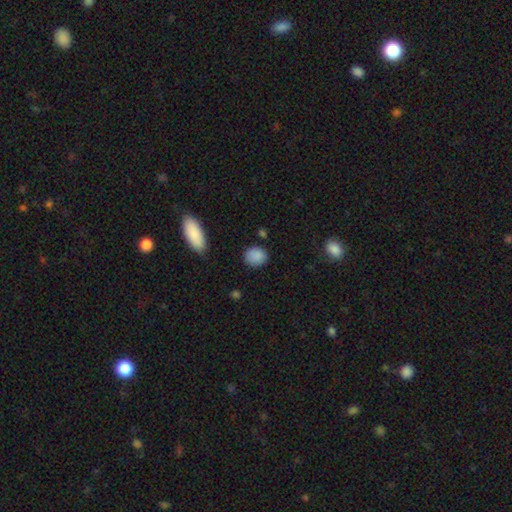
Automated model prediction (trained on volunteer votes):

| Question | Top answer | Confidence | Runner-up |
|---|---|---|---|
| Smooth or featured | smooth | 88% | star or artifact (8%) |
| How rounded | round | 61% | in between (37%) |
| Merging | none | 83% | minor disturbance (12%) |